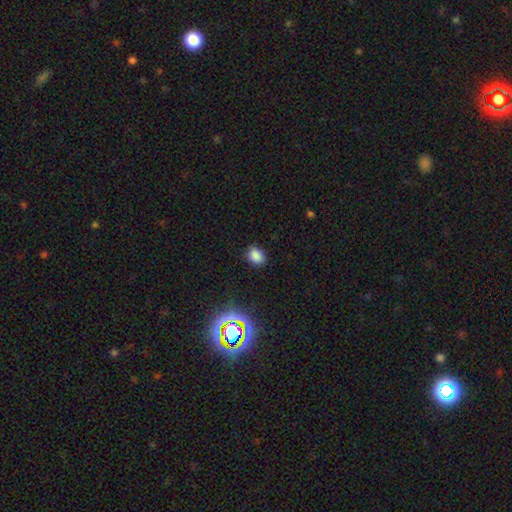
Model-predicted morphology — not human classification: Smooth or featured: smooth — 81% (star or artifact — 14%)
How rounded: in between — 57% (round — 42%)
Merging: none — 83% (minor disturbance — 13%)